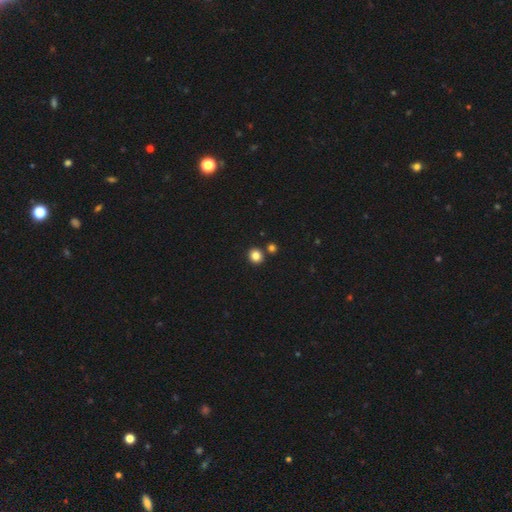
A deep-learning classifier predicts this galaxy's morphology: A smooth galaxy with no disk features (84%) that is round (87%).

Vote fractions:
- Smooth or featured? smooth: 84% / star or artifact: 12% / featured or disk: 5%
- How rounded? round: 87% / in between: 12% / cigar-shaped: 1%
- Merging? none: 83% / merger: 9% / minor disturbance: 6% / major disturbance: 2%